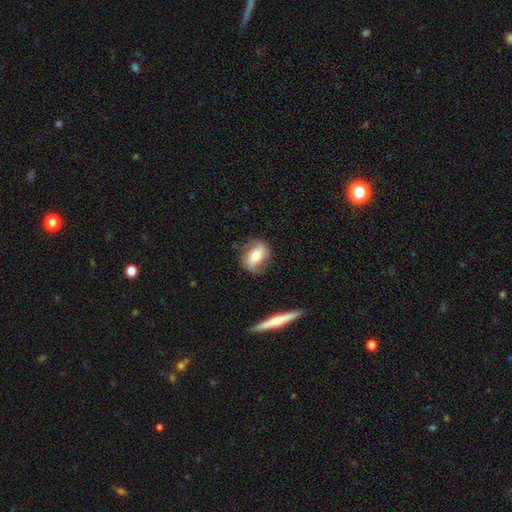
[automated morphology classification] smooth 53%, featured or disk 40%, star or artifact 7%. Down the decision tree: how rounded — in between (70%); merging — none (74%).